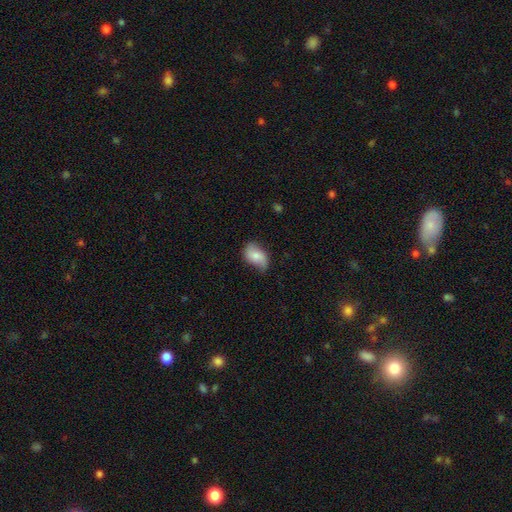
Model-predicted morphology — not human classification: smooth-or-featured: smooth: 69% | featured or disk: 23% | star or artifact: 7%
  how-rounded: in between: 88% | round: 10% | cigar-shaped: 2%
  merging: none: 60% | minor disturbance: 32% | major disturbance: 7% | merger: 1%